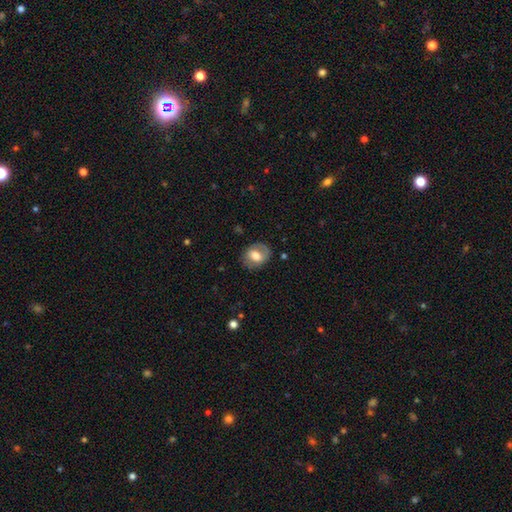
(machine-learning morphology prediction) Smooth or featured? Predicted: smooth (p=0.53). How rounded? Predicted: in between (p=0.56). Merging? Predicted: none (p=0.78).